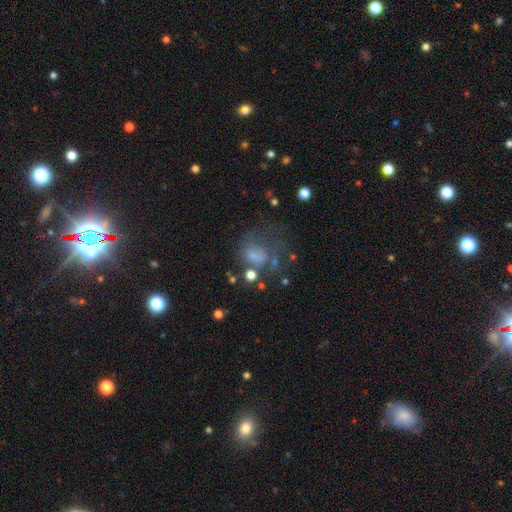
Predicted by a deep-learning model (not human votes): Smooth or featured? Predicted: smooth (p=0.50). How rounded? Predicted: in between (p=0.50). Merging? Predicted: major disturbance (p=0.45).